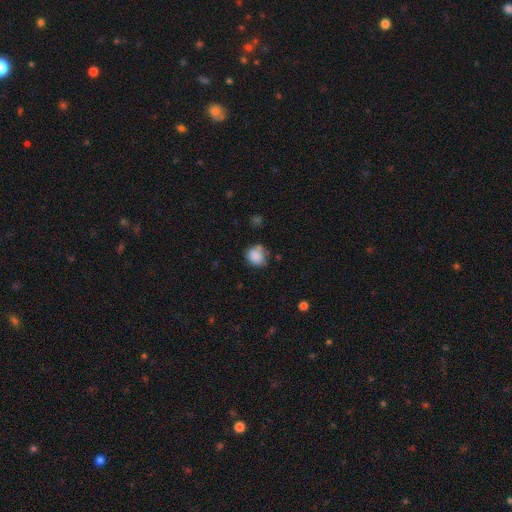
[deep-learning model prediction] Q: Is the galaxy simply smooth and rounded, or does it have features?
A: smooth — 85%.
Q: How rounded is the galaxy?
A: round — 77%.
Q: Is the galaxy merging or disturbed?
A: none — 59%.